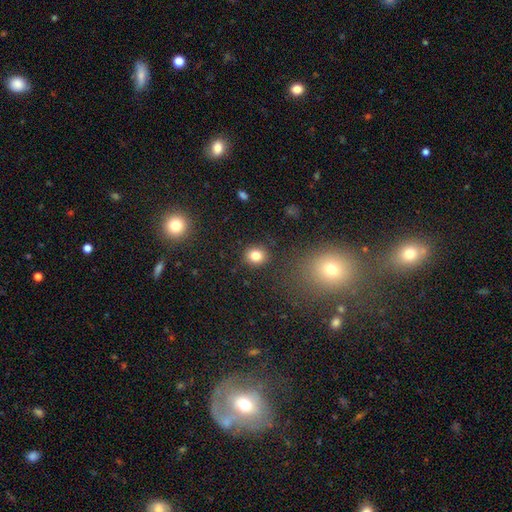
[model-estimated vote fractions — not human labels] A smooth galaxy with no disk features (82%) that is round (78%).

Vote fractions:
- Smooth or featured? smooth: 82% / star or artifact: 11% / featured or disk: 6%
- How rounded? round: 78% / in between: 21% / cigar-shaped: 1%
- Merging? none: 88% / minor disturbance: 7% / major disturbance: 3% / merger: 2%